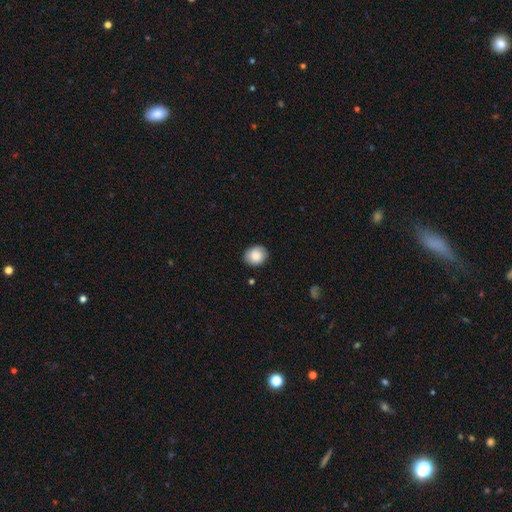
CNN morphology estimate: The model was most divided on "how rounded": round: 70%, in between: 29%, cigar-shaped: 1%. More confident: merging — none (86%); smooth or featured — smooth (85%).